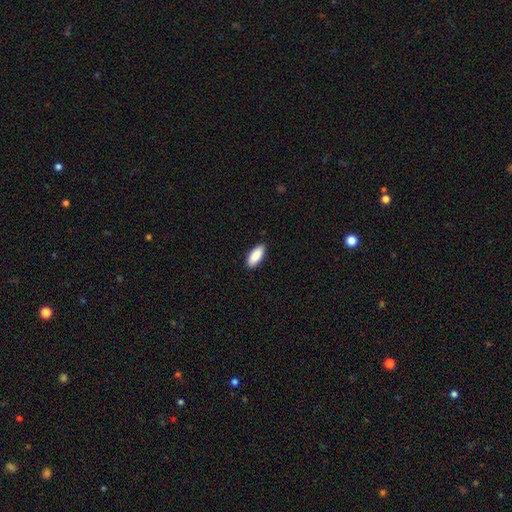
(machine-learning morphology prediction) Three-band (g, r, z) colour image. It shows a smooth galaxy with no disk features (90%) that is in between round and cigar-shaped (85%). Merging: none (90%).